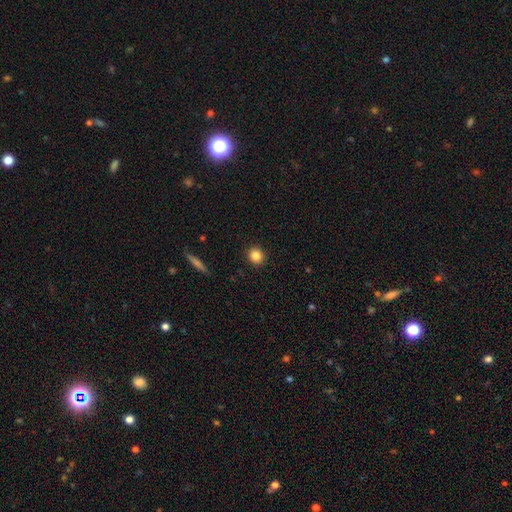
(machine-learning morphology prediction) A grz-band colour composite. It shows a smooth galaxy with no disk features (85%) that is round (89%). Merging: none (92%).